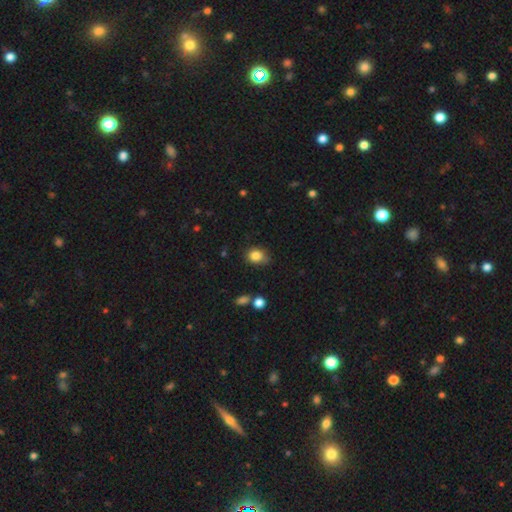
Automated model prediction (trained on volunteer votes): smooth-or-featured: smooth: 84% | star or artifact: 10% | featured or disk: 6%
  how-rounded: round: 54% | in between: 45% | cigar-shaped: 1%
  merging: none: 64% | minor disturbance: 28% | major disturbance: 5% | merger: 3%